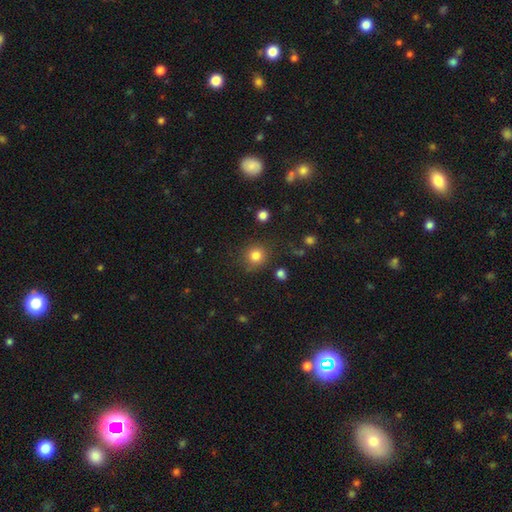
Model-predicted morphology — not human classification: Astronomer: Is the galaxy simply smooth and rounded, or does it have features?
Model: smooth — 82%.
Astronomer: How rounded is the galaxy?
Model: round — 90%.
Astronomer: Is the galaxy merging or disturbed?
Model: none — 84%.